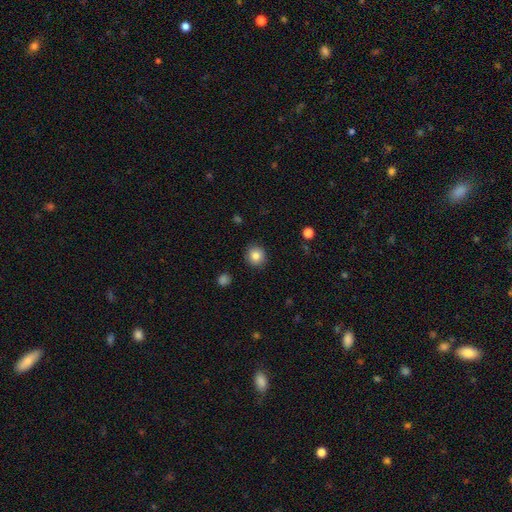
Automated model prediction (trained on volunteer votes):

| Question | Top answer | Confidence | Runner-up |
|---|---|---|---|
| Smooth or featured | smooth | 84% | star or artifact (10%) |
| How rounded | round | 90% | in between (9%) |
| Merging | none | 90% | minor disturbance (7%) |